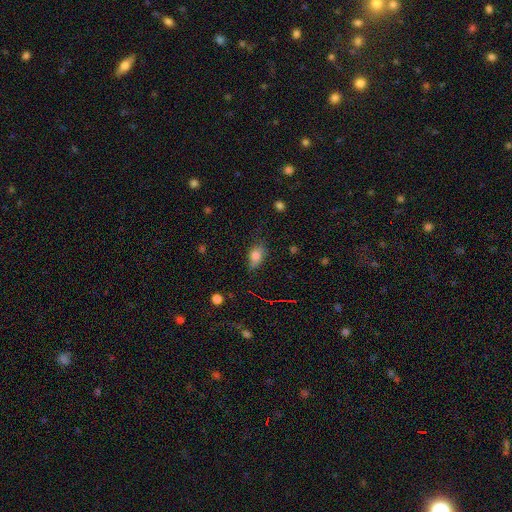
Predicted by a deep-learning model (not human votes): Morphology: type=smooth (78%); roundness=in between (81%); merging=none (64%).